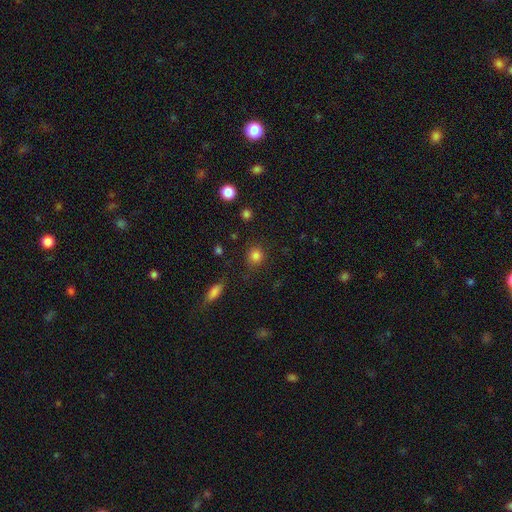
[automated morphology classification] Smooth or featured: smooth — 83% (star or artifact — 12%)
How rounded: round — 88% (in between — 11%)
Merging: none — 83% (minor disturbance — 11%)